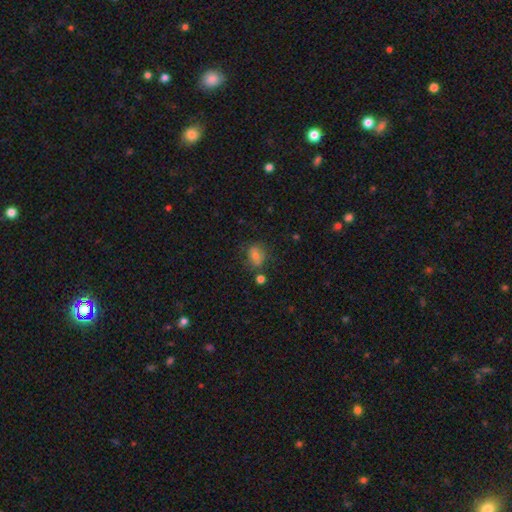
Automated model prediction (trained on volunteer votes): Q: Smooth or featured?
A: smooth (64%); runner-up: featured or disk (20%)
Q: How rounded?
A: in between (57%); runner-up: round (41%)
Q: Merging?
A: none (66%); runner-up: minor disturbance (19%)